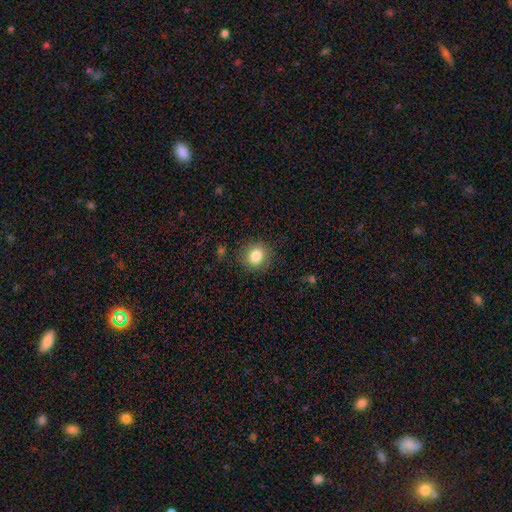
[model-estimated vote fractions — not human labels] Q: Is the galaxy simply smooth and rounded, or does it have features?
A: smooth — 83%.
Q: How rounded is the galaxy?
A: round — 81%.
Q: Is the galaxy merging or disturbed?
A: none — 87%.